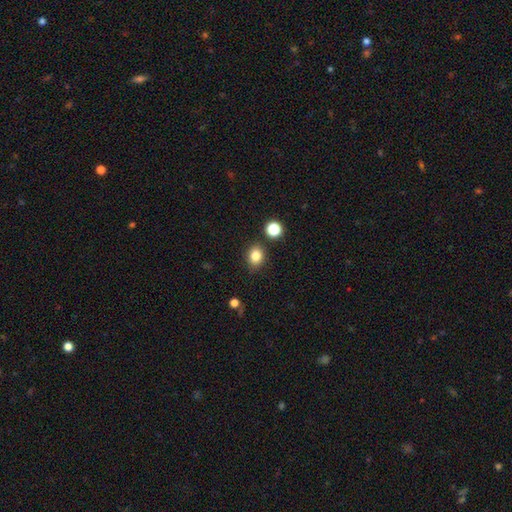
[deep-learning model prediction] smooth 82%, star or artifact 12%, featured or disk 6%. Down the decision tree: how rounded — round (55%); merging — none (84%).